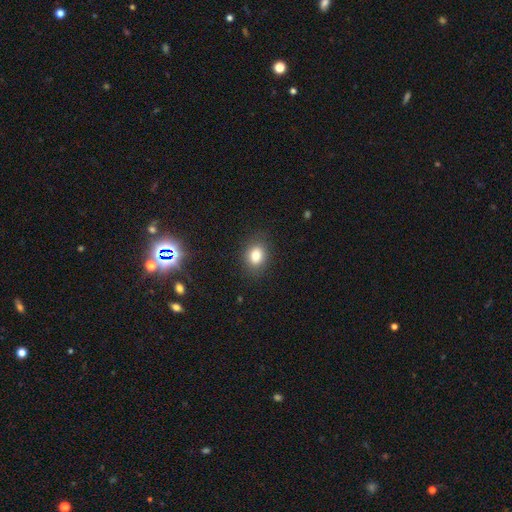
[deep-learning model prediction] This appears to be a smooth galaxy with no disk features (81%) that is in between round and cigar-shaped (52%). Merging: none (85%).